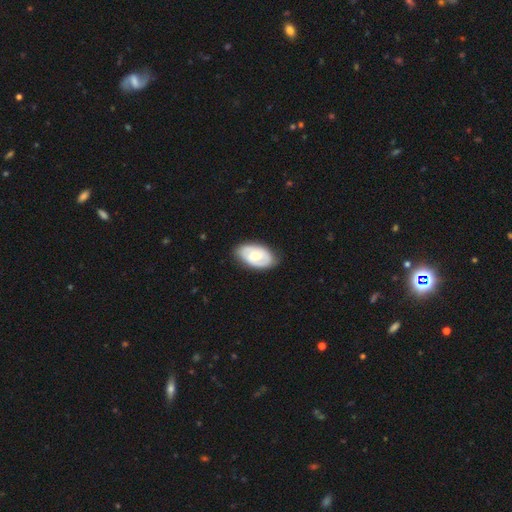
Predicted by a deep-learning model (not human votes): A featured or disk galaxy (52%).

Vote fractions:
- Smooth or featured? featured or disk: 52% / smooth: 43% / star or artifact: 5%
- Edge-on disk? no: 92% / yes: 8%
- Merging? none: 79% / minor disturbance: 17% / major disturbance: 4% / merger: 1%